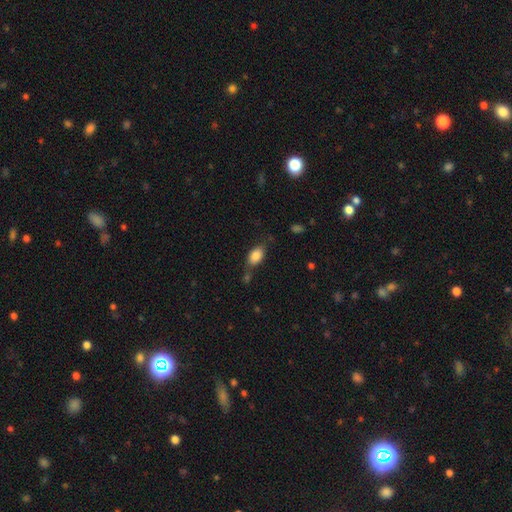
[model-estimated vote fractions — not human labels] This is clearly a smooth galaxy (84%). How rounded: clearly in between (89%). Merging: likely none (62%).